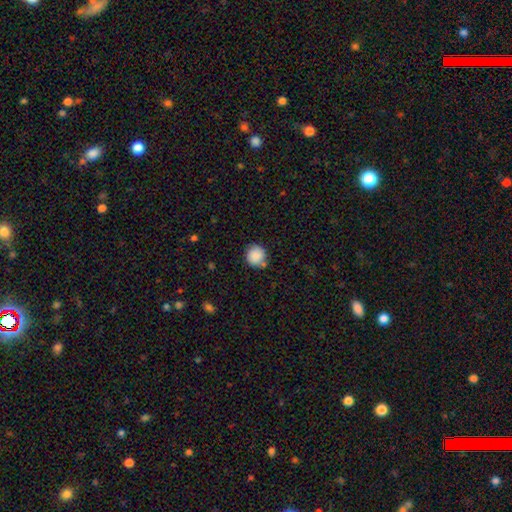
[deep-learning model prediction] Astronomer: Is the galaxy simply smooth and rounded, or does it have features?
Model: smooth — 88%.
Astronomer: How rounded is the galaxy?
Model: round — 91%.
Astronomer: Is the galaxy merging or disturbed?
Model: none — 76%.